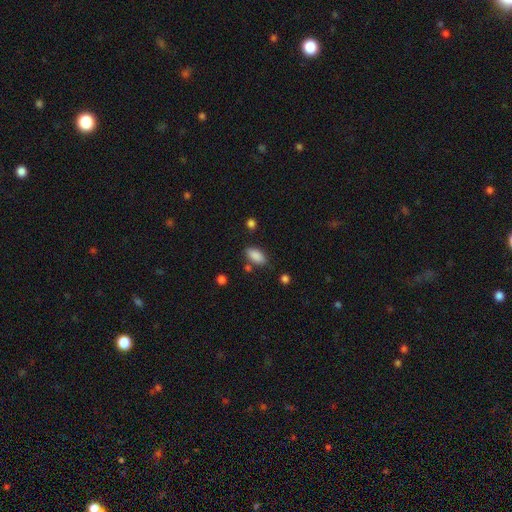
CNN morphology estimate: Q: Smooth or featured?
A: smooth (88%); runner-up: star or artifact (8%)
Q: How rounded?
A: in between (91%); runner-up: cigar-shaped (5%)
Q: Merging?
A: none (78%); runner-up: minor disturbance (14%)